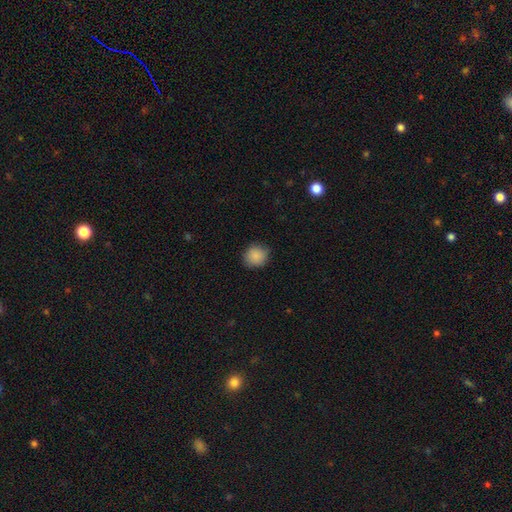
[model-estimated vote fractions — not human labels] The model was most divided on "how rounded": round: 86%, in between: 13%, cigar-shaped: 1%. More confident: smooth or featured — smooth (89%); merging — none (86%).